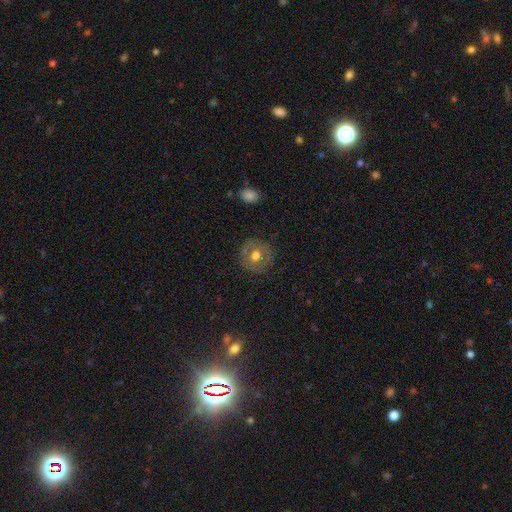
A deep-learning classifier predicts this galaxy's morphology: The model was most divided on "smooth or featured": smooth: 52%, featured or disk: 40%, star or artifact: 8%. More confident: how rounded — round (91%); merging — none (84%).